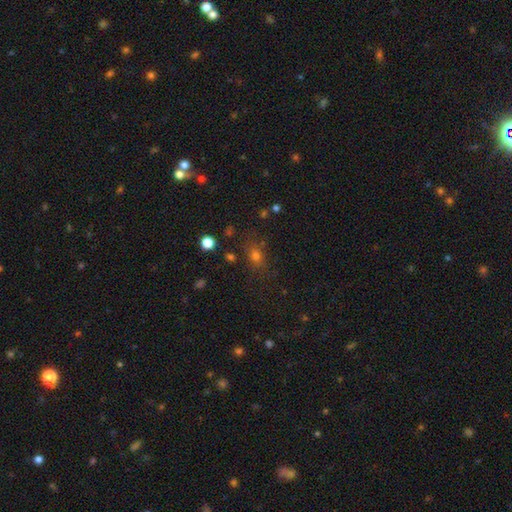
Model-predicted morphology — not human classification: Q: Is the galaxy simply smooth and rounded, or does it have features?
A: smooth — 69%.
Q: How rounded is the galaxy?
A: round — 50%.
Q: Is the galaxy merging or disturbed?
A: none — 76%.